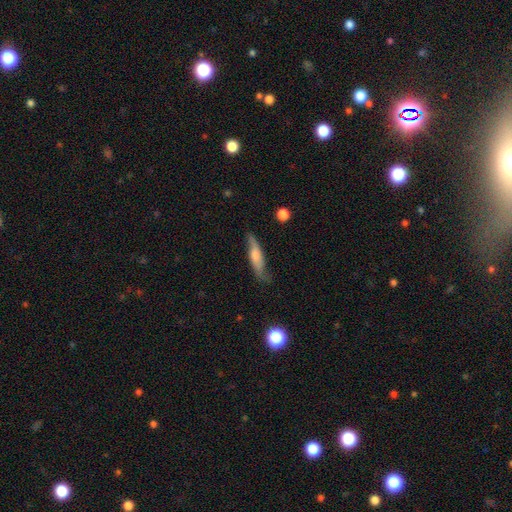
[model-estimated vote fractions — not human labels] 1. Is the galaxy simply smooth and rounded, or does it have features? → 51% smooth, 42% featured or disk, 6% star or artifact.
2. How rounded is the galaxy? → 71% cigar-shaped, 26% in between, 2% round.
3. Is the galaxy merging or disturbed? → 67% none, 24% minor disturbance, 7% major disturbance, 2% merger.